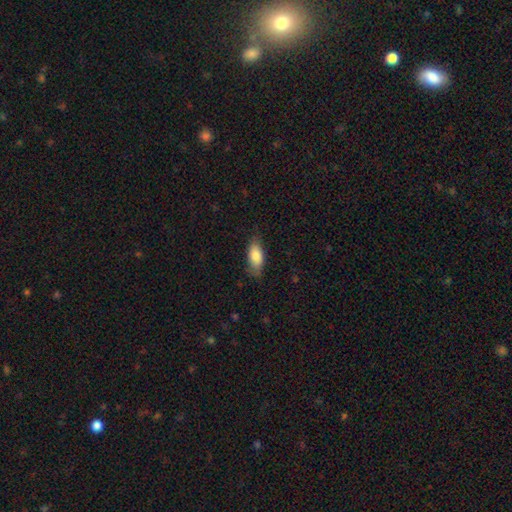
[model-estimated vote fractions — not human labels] Smooth or featured: smooth — 83% (featured or disk — 11%)
How rounded: in between — 85% (cigar-shaped — 12%)
Merging: none — 75% (minor disturbance — 19%)